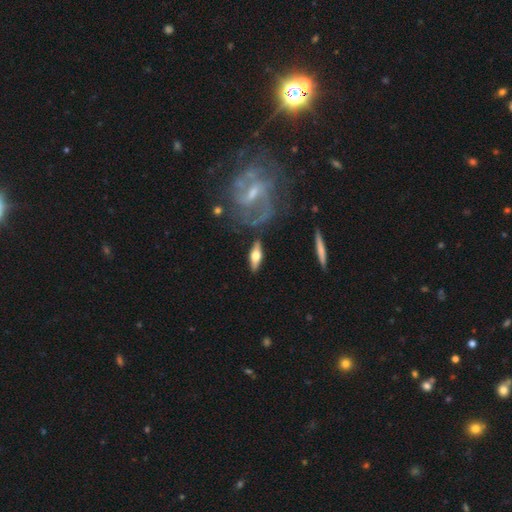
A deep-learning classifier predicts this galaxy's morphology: smooth-or-featured: featured or disk: 52% | smooth: 42% | star or artifact: 6%
  disk-edge-on: yes: 84% | no: 16%
  merging: none: 81% | minor disturbance: 12% | major disturbance: 4% | merger: 4%